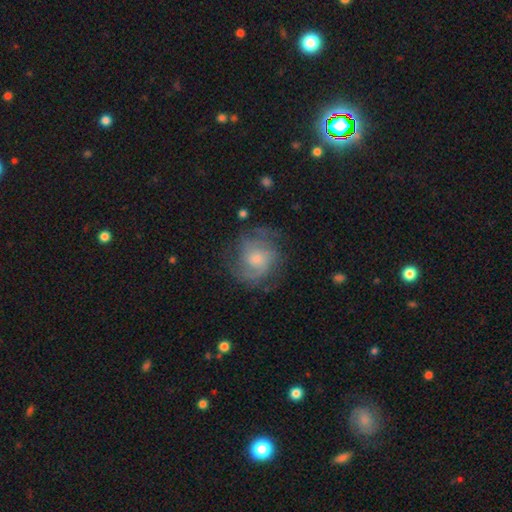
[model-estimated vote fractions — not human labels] Morphology: type=featured or disk (69%); edge-on=no (98%); bar=no (71%); spiral arms=yes (90%); winding=medium (43%); arm count=2 (38%); bulge=moderate (45%); merging=none (69%).